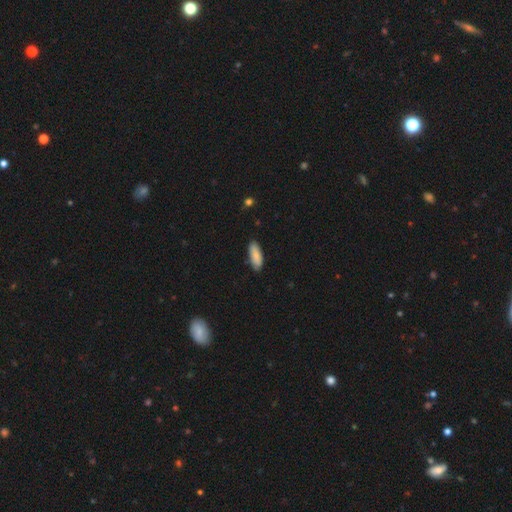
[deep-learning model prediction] Overall: smooth (85%). How rounded: in between (72%). Merging: none (82%).